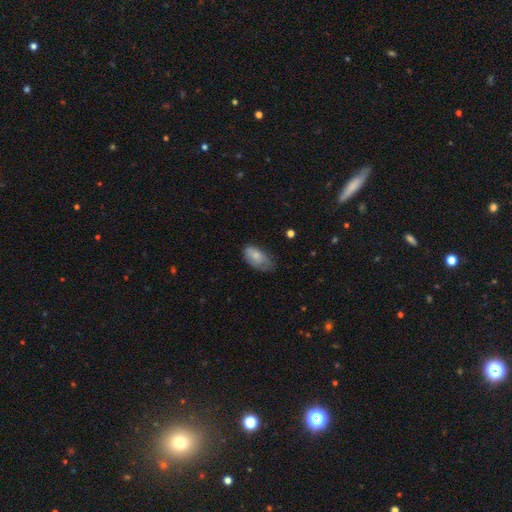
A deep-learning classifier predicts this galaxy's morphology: A smooth galaxy with no disk features (76%) that is in between round and cigar-shaped (93%).

Vote fractions:
- Smooth or featured? smooth: 76% / featured or disk: 17% / star or artifact: 7%
- How rounded? in between: 93% / round: 4% / cigar-shaped: 3%
- Merging? none: 46% / minor disturbance: 39% / major disturbance: 13% / merger: 2%